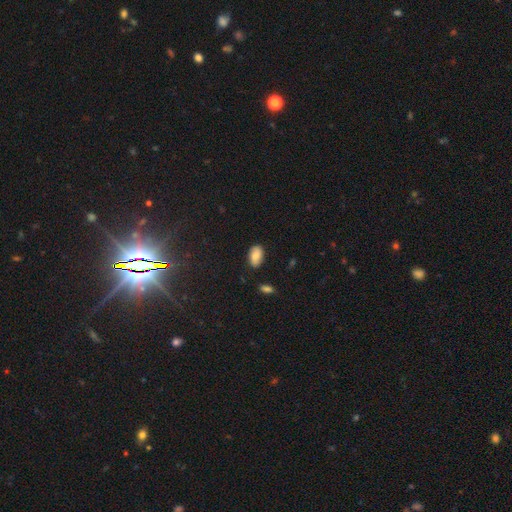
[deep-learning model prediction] The model was most divided on "merging": none: 82%, minor disturbance: 14%, major disturbance: 3%, merger: 2%. More confident: how rounded — in between (93%); smooth or featured — smooth (82%).